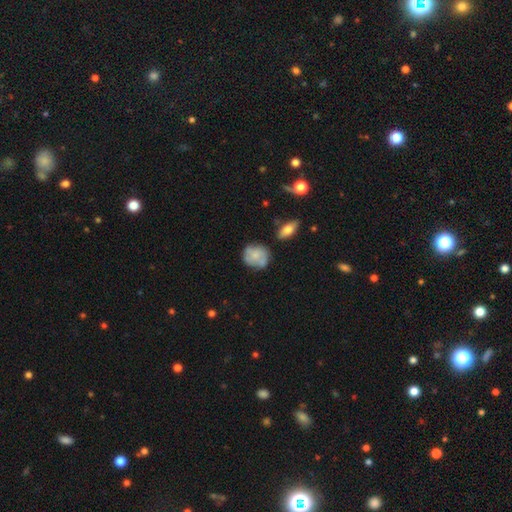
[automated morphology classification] Smooth or featured: smooth — 66% (featured or disk — 27%)
How rounded: round — 75% (in between — 24%)
Merging: none — 61% (minor disturbance — 25%)